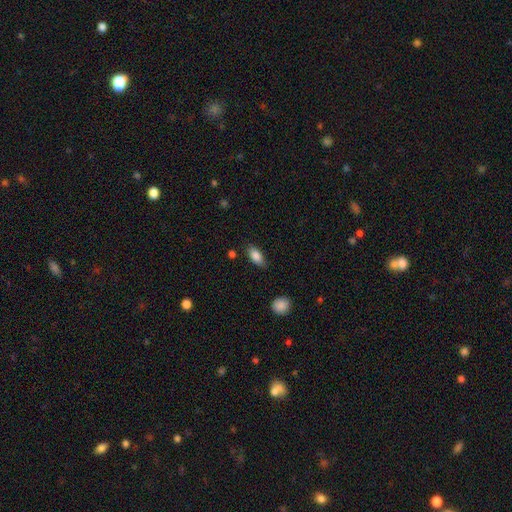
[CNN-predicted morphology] A smooth galaxy with no disk features (85%) that is in between round and cigar-shaped (87%). Merging: none (79%).